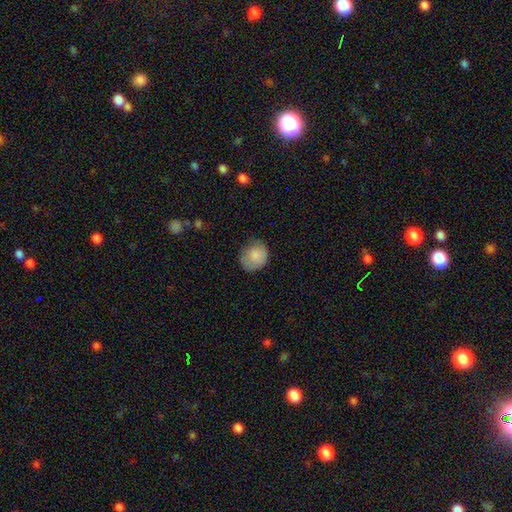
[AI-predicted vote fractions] This appears to be a smooth galaxy with no disk features (84%) that is round (72%). Merging: none (68%).